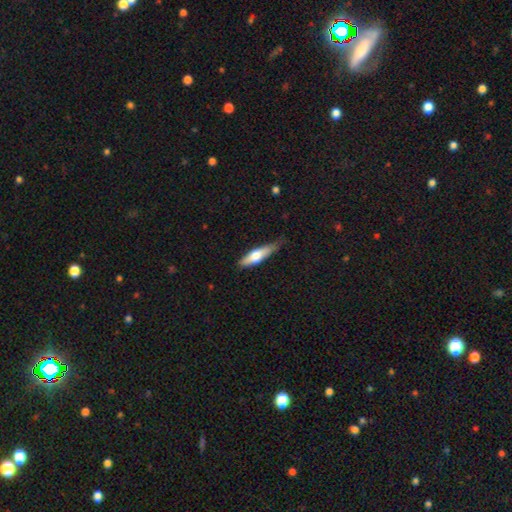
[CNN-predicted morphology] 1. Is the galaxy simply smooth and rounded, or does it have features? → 60% smooth, 34% featured or disk, 5% star or artifact.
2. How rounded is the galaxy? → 61% cigar-shaped, 37% in between, 2% round.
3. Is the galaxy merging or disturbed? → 65% none, 29% minor disturbance, 5% major disturbance, 2% merger.